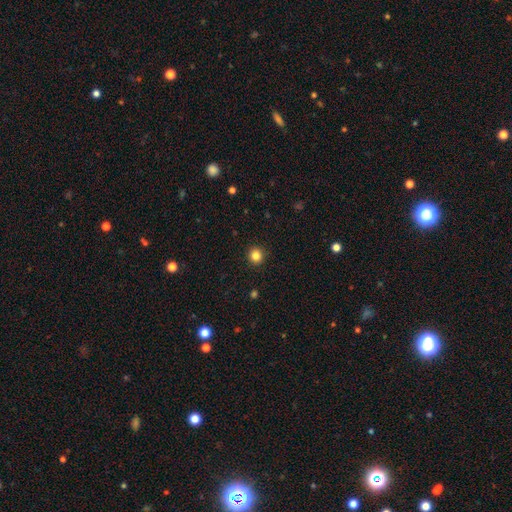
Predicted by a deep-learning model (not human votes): Smooth or featured?
  - smooth: 84% *
  - star or artifact: 12%
  - featured or disk: 4%
How rounded?
  - round: 94% *
  - in between: 5%
  - cigar-shaped: 1%
Merging?
  - none: 93% *
  - minor disturbance: 5%
  - major disturbance: 2%
  - merger: 1%